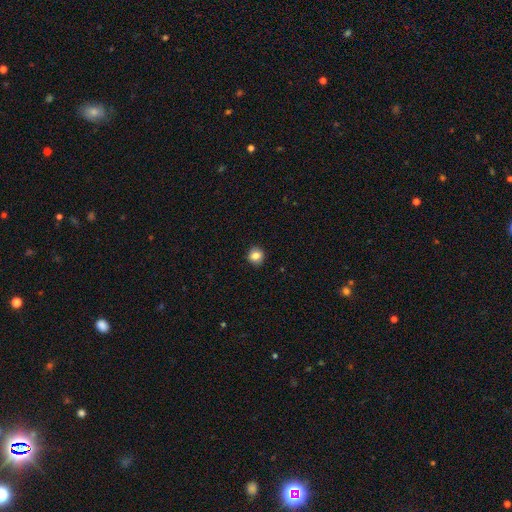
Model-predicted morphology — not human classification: smooth-or-featured: smooth: 81% | star or artifact: 10% | featured or disk: 9%
  how-rounded: round: 83% | in between: 16% | cigar-shaped: 1%
  merging: none: 90% | minor disturbance: 7% | major disturbance: 2% | merger: 1%